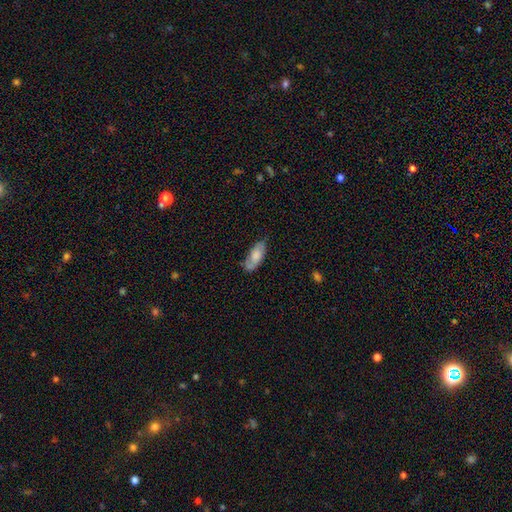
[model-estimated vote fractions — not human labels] smooth-or-featured: smooth: 61% | featured or disk: 32% | star or artifact: 6%
  how-rounded: in between: 82% | cigar-shaped: 16% | round: 2%
  merging: none: 66% | minor disturbance: 25% | major disturbance: 7% | merger: 2%